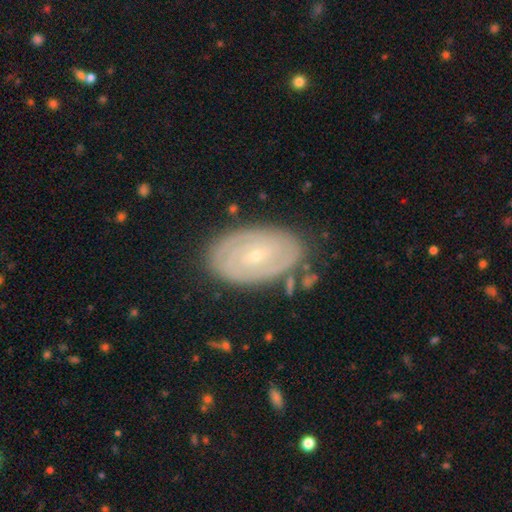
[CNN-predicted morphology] featured or disk 78%, smooth 16%, star or artifact 6%. Down the decision tree: edge-on disk — no (95%); bar — no (49%); spiral arms — yes (88%); spiral arm count — 2 (44%); spiral winding — tight (75%); bulge size — small (79%); merging — none (80%).